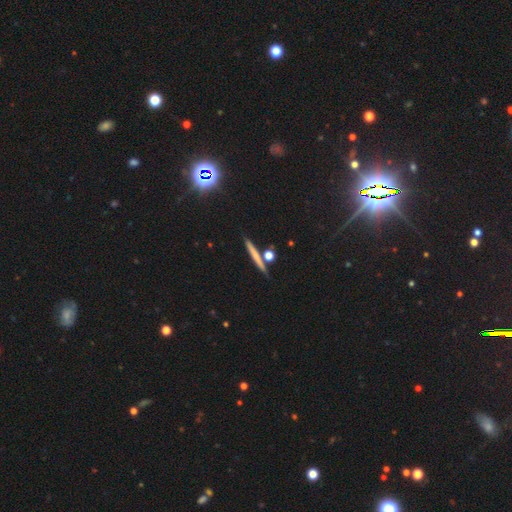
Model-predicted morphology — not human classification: The model was most divided on "smooth or featured": smooth: 56%, featured or disk: 33%, star or artifact: 10%. More confident: how rounded — cigar-shaped (86%); merging — none (81%).